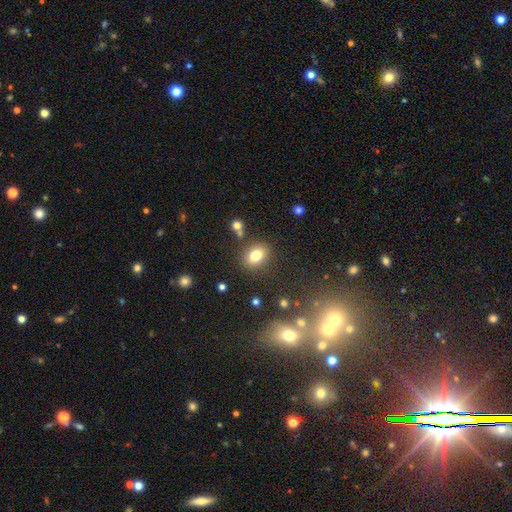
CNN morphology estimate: smooth 79%, star or artifact 12%, featured or disk 9%. Down the decision tree: how rounded — in between (66%); merging — none (79%).